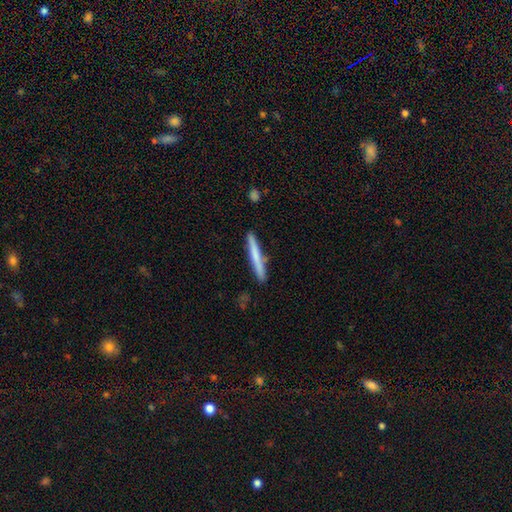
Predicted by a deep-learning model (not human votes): smooth 66%, featured or disk 28%, star or artifact 6%. Down the decision tree: how rounded — cigar-shaped (96%); merging — none (87%).